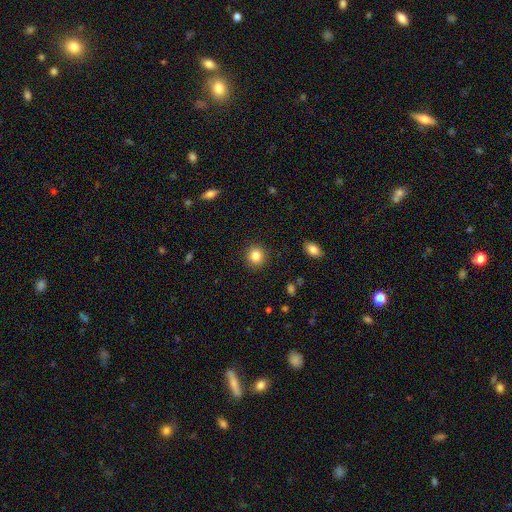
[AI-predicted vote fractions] Smooth or featured? smooth (84%)
How rounded? round (91%)
Merging? none (91%)